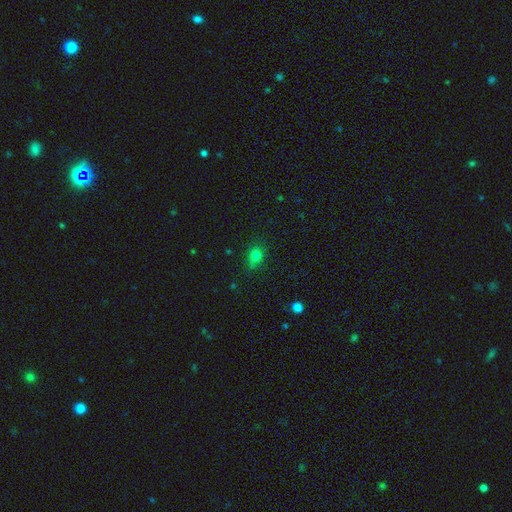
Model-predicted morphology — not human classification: Overall: smooth (77%). How rounded: round (51%; in between 47%). Merging: none (71%).